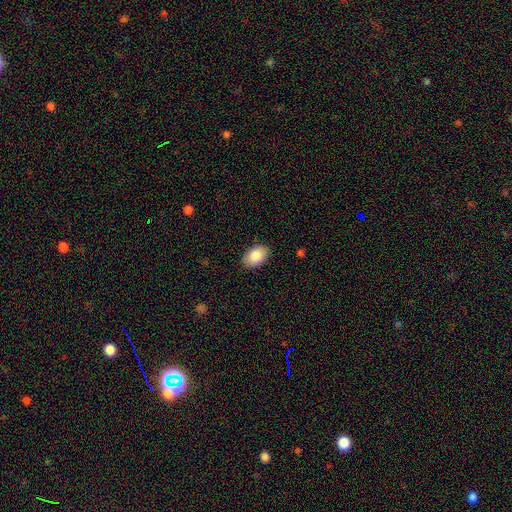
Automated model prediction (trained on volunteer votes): The model was most divided on "merging": none: 88%, minor disturbance: 9%, major disturbance: 2%, merger: 1%. More confident: how rounded — in between (91%); smooth or featured — smooth (87%).